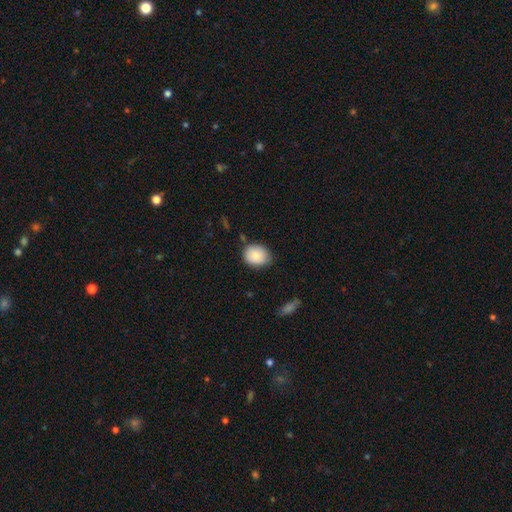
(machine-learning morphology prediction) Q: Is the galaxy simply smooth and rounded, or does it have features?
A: smooth — 82%.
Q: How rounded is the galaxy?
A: round — 51%.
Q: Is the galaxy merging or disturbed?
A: none — 72%.